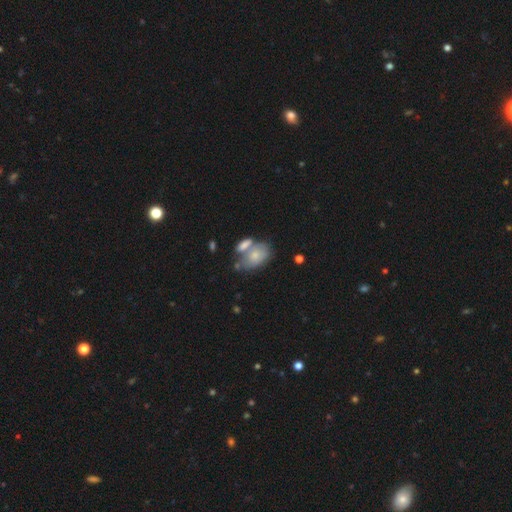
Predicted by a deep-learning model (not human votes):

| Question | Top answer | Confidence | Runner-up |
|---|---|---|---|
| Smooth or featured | smooth | 66% | featured or disk (27%) |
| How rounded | in between | 86% | round (12%) |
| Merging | merger | 42% | none (33%) |